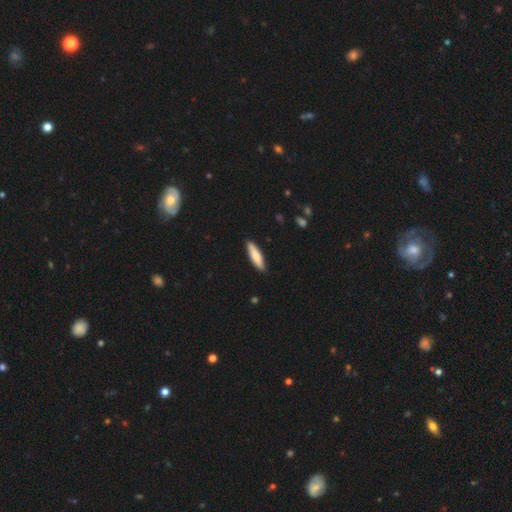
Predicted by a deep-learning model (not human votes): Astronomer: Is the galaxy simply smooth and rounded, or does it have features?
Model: smooth — 79%.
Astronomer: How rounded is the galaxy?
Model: cigar-shaped — 72%.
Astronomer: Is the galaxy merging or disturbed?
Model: none — 88%.